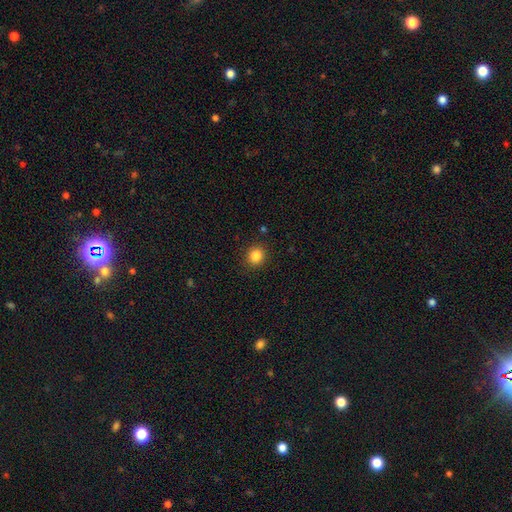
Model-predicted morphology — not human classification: This is clearly a smooth galaxy (84%). How rounded: clearly round (84%). Merging: clearly none (90%).